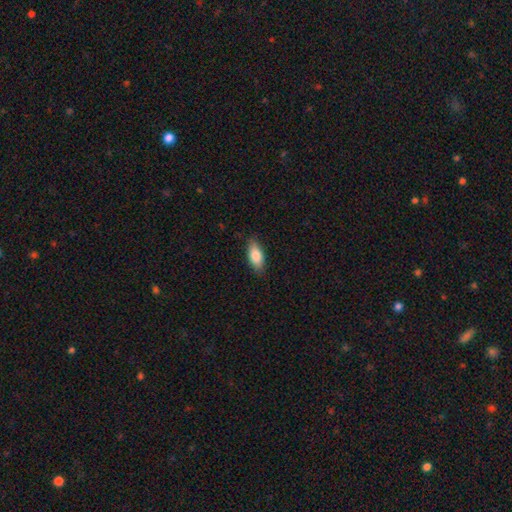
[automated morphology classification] A smooth galaxy with no disk features (82%) that is in between round and cigar-shaped (84%). Merging: none (85%).